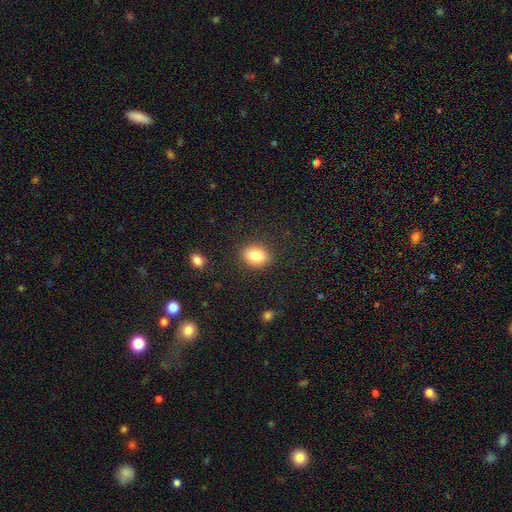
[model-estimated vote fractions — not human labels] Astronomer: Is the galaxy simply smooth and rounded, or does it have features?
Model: smooth — 86%.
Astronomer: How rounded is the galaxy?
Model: round — 51% (runner-up: in between, 48%).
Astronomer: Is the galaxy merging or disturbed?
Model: none — 86%.